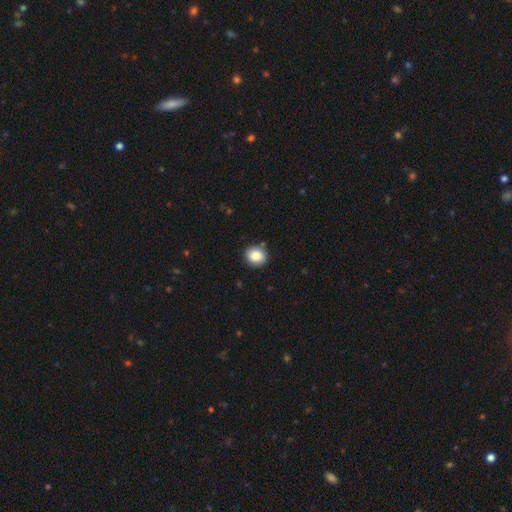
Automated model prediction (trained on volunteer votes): The model was most divided on "how rounded": round: 78%, in between: 21%, cigar-shaped: 1%. More confident: merging — none (88%); smooth or featured — smooth (85%).